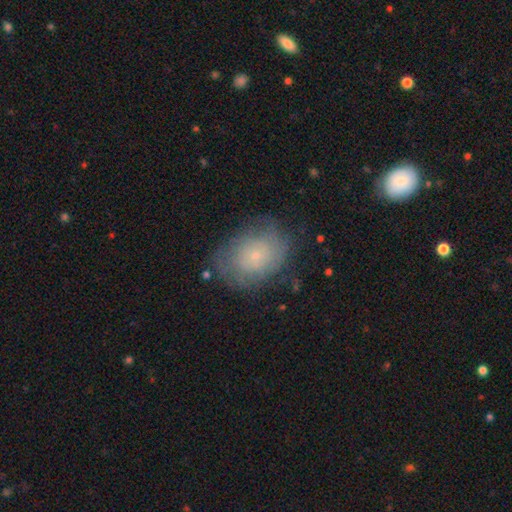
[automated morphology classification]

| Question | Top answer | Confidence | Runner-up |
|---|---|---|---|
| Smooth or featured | featured or disk | 46% | smooth (44%) |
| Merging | none | 67% | minor disturbance (21%) |